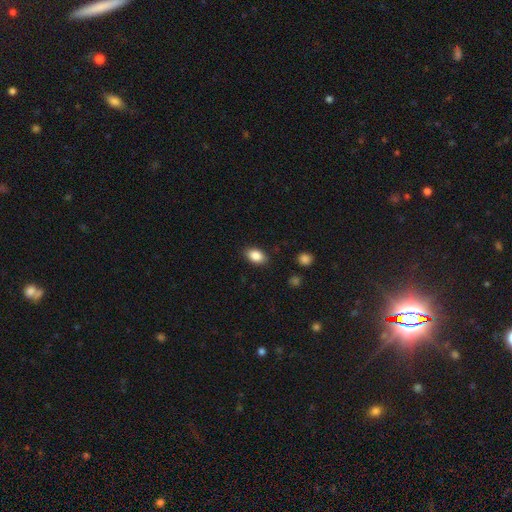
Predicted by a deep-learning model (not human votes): smooth_or_featured: smooth (p=0.87) [alt: star or artifact p=0.08]
how_rounded: in between (p=0.87) [alt: round p=0.11]
merging: none (p=0.87) [alt: minor disturbance p=0.10]